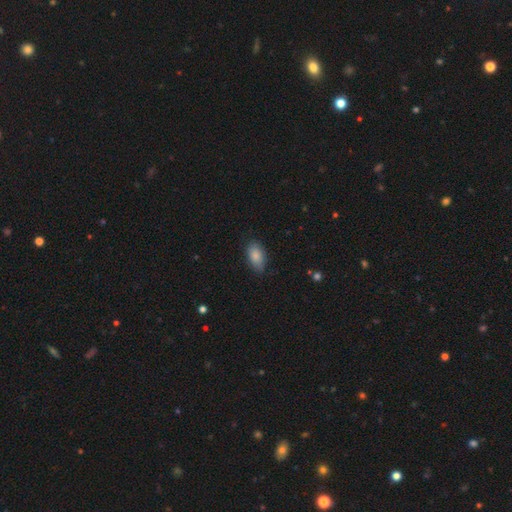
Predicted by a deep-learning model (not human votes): Smooth or featured? Predicted: smooth (p=0.86). How rounded? Predicted: in between (p=0.93). Merging? Predicted: none (p=0.79).